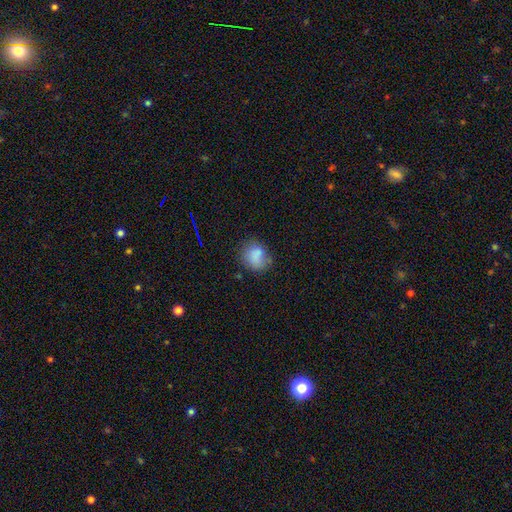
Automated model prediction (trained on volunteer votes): Smooth or featured?
  - smooth: 80% *
  - star or artifact: 10%
  - featured or disk: 9%
How rounded?
  - round: 61% *
  - in between: 38%
  - cigar-shaped: 1%
Merging?
  - none: 60% *
  - minor disturbance: 25%
  - major disturbance: 8%
  - merger: 6%